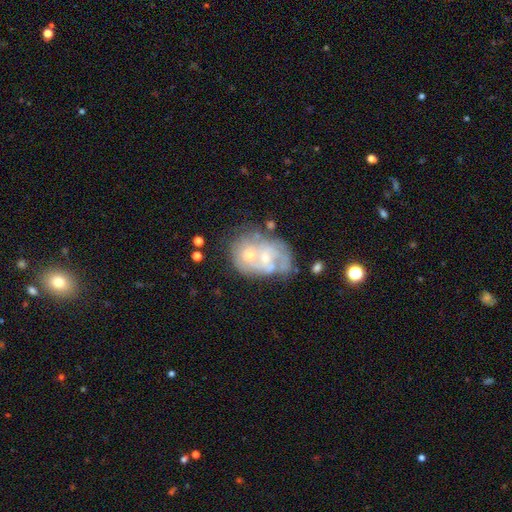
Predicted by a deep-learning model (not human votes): featured or disk 66%, smooth 25%, star or artifact 9%. Down the decision tree: edge-on disk — no (97%); bar — no (83%); spiral arms — no (53%); bulge size — small (52%); merging — merger (54%).